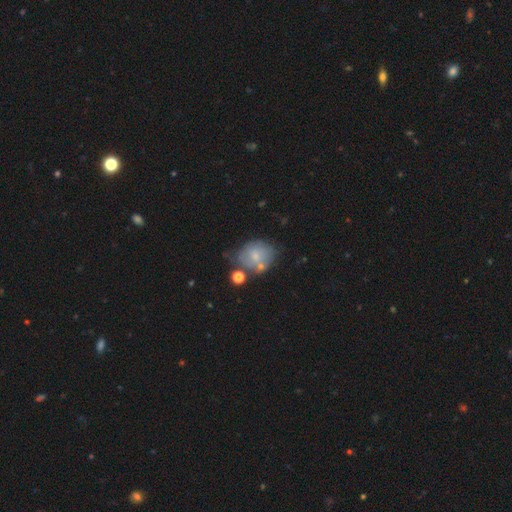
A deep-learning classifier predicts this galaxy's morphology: Smooth or featured?
  - smooth: 56% *
  - featured or disk: 34%
  - star or artifact: 10%
How rounded?
  - round: 58% *
  - in between: 41%
  - cigar-shaped: 1%
Merging?
  - none: 42% *
  - minor disturbance: 28%
  - merger: 16%
  - major disturbance: 13%